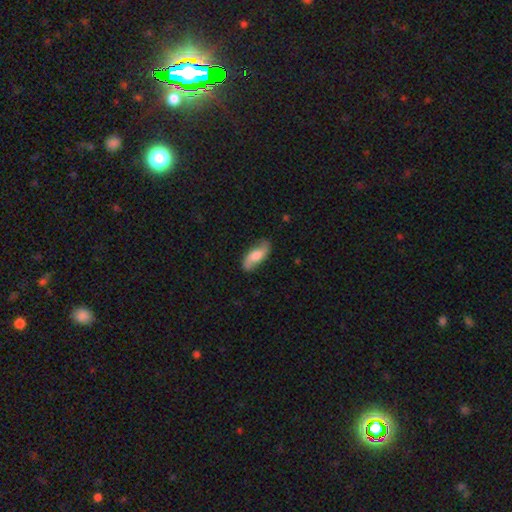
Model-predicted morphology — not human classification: smooth-or-featured: featured or disk: 54% | smooth: 40% | star or artifact: 7%
  disk-edge-on: no: 88% | yes: 12%
  merging: none: 79% | minor disturbance: 15% | major disturbance: 4% | merger: 1%